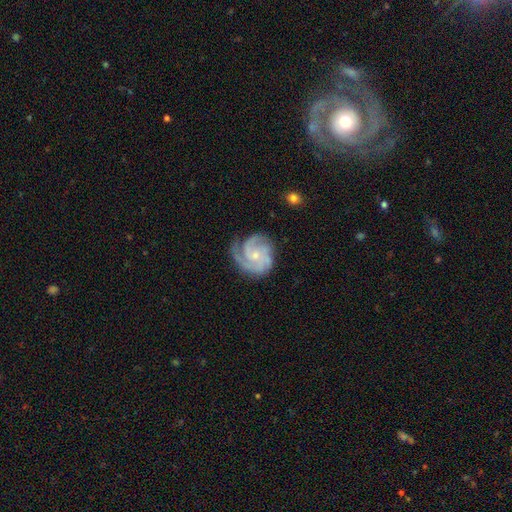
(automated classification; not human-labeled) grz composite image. It shows a featured or disk galaxy (90%) with no bar (71%), 3 (57%) tight (58%) spiral arms (98%) and a small central bulge (69%). Merging: none (72%).